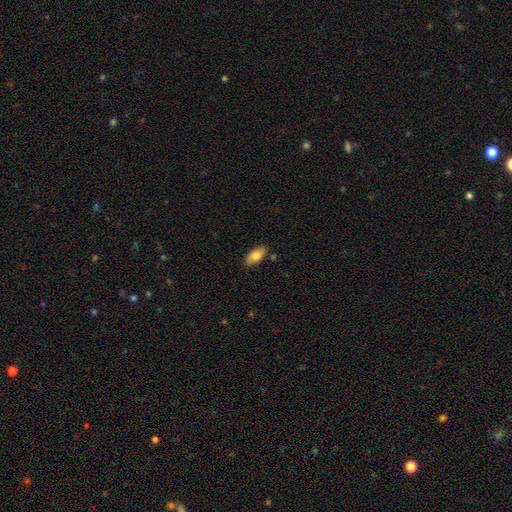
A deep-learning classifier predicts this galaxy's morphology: Smooth or featured? smooth (79%)
How rounded? in between (90%)
Merging? none (85%)